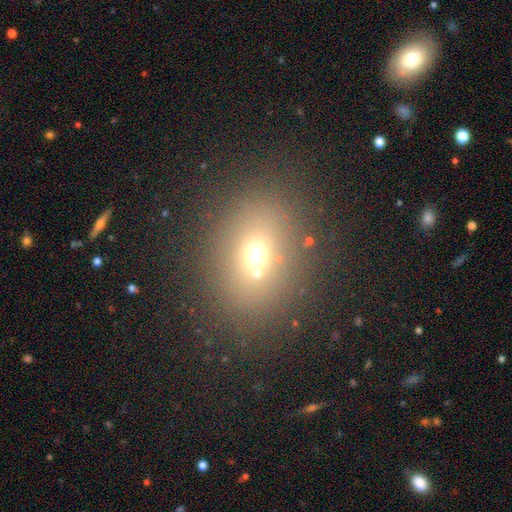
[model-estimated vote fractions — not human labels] This appears to be a smooth galaxy with no disk features (64%) that is round (54%). Merging: none (74%).